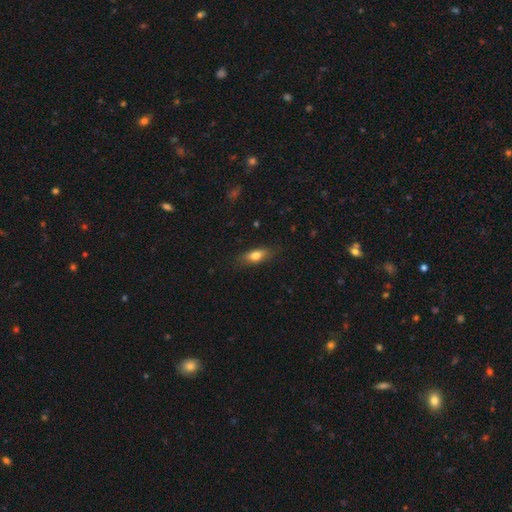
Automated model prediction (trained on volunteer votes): smooth_or_featured: smooth (p=0.73) [alt: featured or disk p=0.19]
how_rounded: in between (p=0.71) [alt: cigar-shaped p=0.24]
merging: none (p=0.80) [alt: minor disturbance p=0.15]